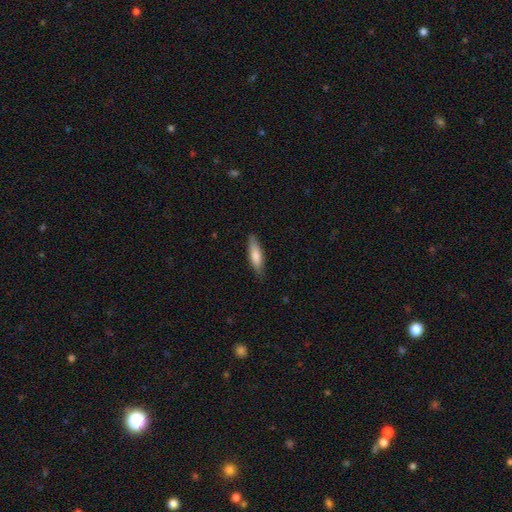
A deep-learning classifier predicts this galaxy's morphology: This is likely a smooth galaxy (78%). How rounded: possibly cigar-shaped (59%). Merging: clearly none (82%).